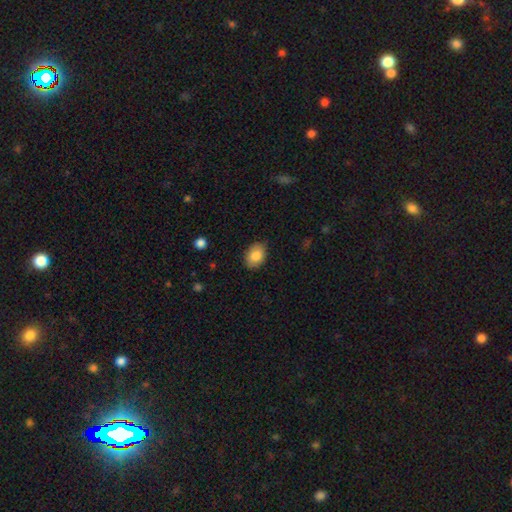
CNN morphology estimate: Smooth or featured?
  - smooth: 84% *
  - featured or disk: 9%
  - star or artifact: 7%
How rounded?
  - in between: 80% *
  - round: 19%
  - cigar-shaped: 1%
Merging?
  - none: 83% *
  - minor disturbance: 13%
  - major disturbance: 3%
  - merger: 1%